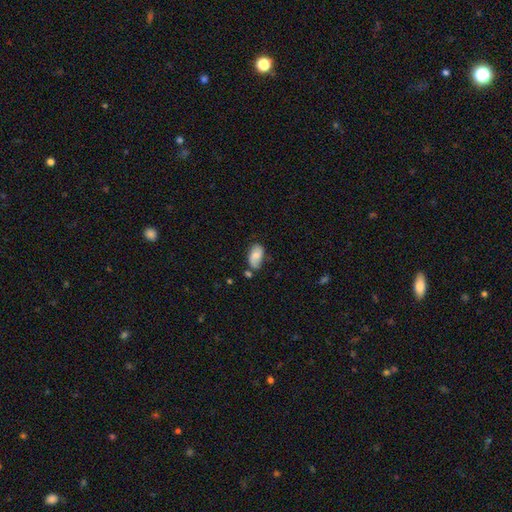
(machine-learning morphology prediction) type=smooth (67%); roundness=in between (93%); merging=none (49%).